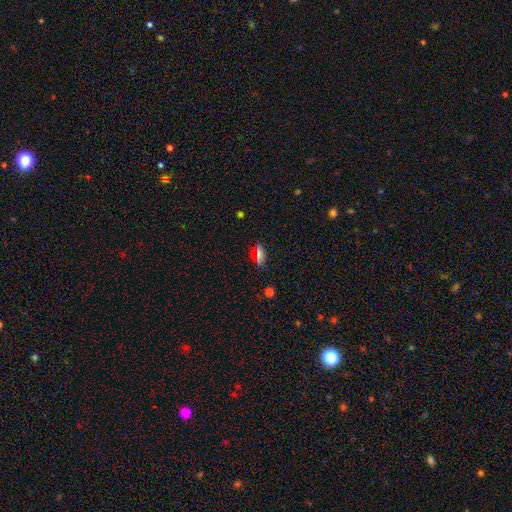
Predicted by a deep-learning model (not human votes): smooth 64%, star or artifact 25%, featured or disk 11%. Down the decision tree: how rounded — in between (73%); merging — none (85%).